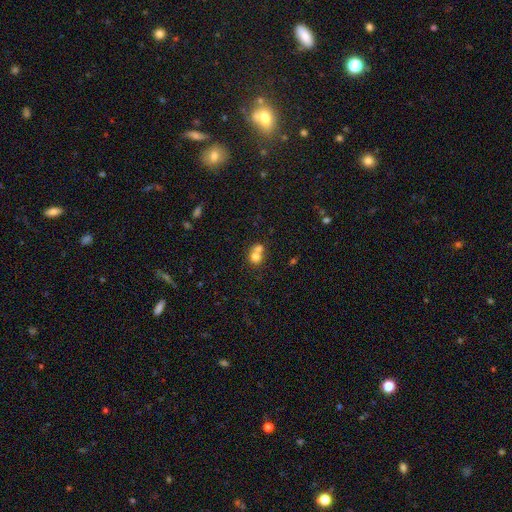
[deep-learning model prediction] This appears to be a smooth galaxy with no disk features (73%) that is round (74%). Merging: merger (63%).